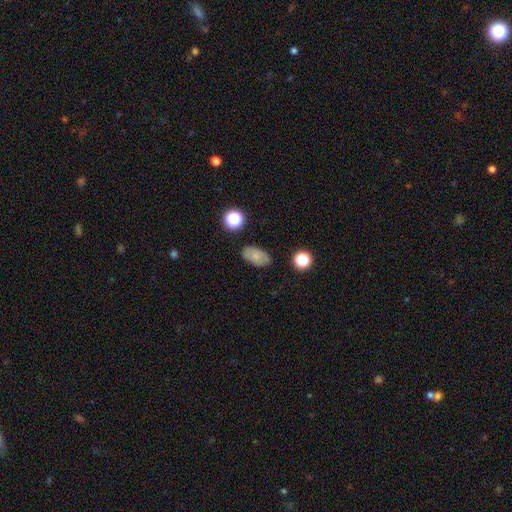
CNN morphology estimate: This appears to be a smooth galaxy with no disk features (73%) that is in between round and cigar-shaped (89%). Merging: none (82%).